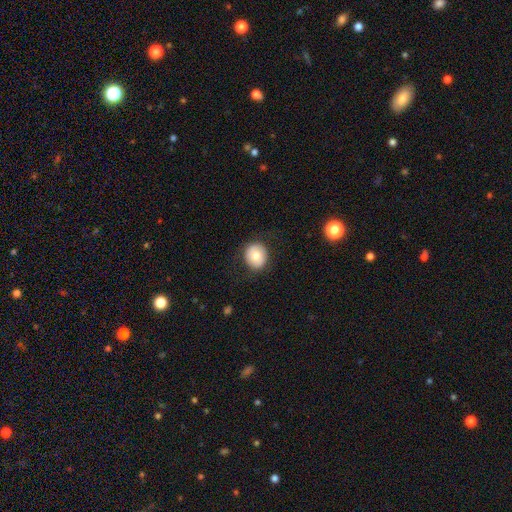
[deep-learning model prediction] smooth-or-featured: smooth: 74% | featured or disk: 18% | star or artifact: 8%
  how-rounded: round: 81% | in between: 18% | cigar-shaped: 1%
  merging: none: 84% | minor disturbance: 11% | major disturbance: 4% | merger: 1%